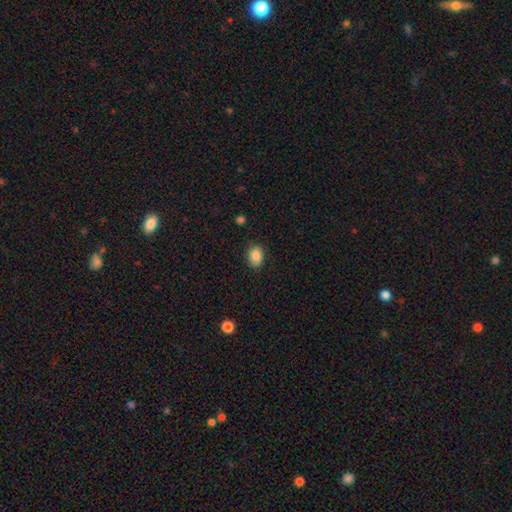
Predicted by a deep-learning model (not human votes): This is clearly a smooth galaxy (86%). How rounded: likely in between (70%). Merging: clearly none (82%).